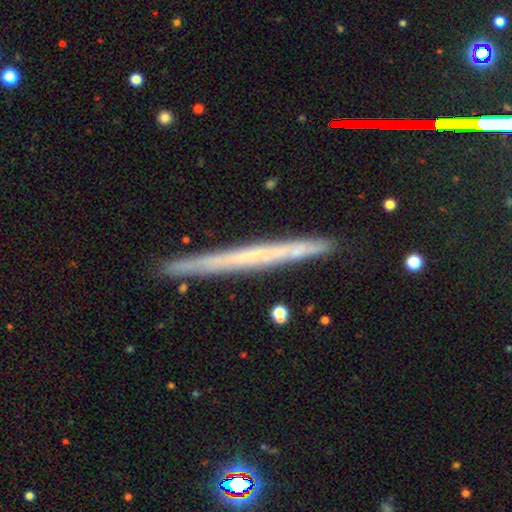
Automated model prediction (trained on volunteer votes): featured or disk 56%, smooth 35%, star or artifact 9%. Down the decision tree: edge-on disk — yes (96%); edge-on bulge — none (89%); merging — none (89%).